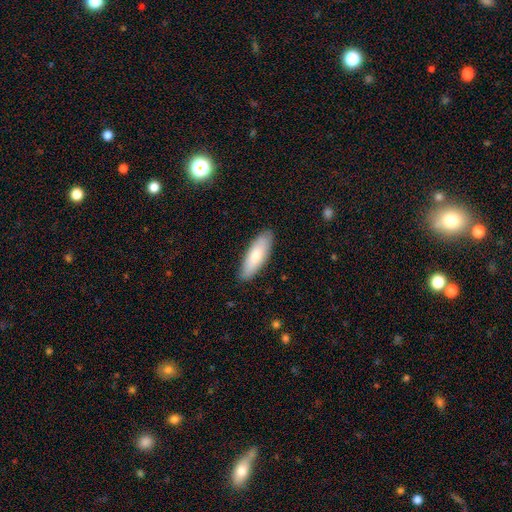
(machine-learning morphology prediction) A smooth galaxy with no disk features (74%) that is in between round and cigar-shaped (61%). Merging: none (87%).